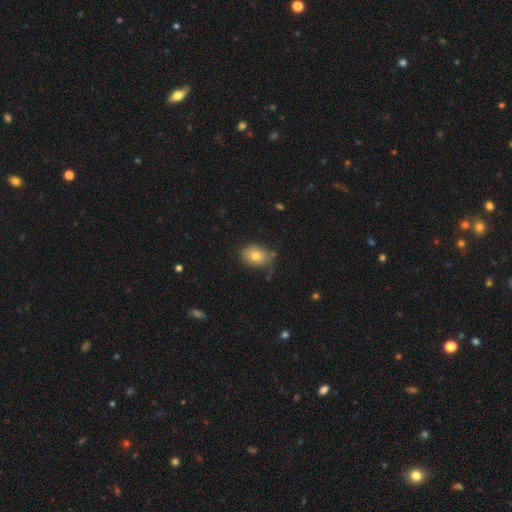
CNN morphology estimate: A smooth galaxy with no disk features (78%) that is in between round and cigar-shaped (77%).

Vote fractions:
- Smooth or featured? smooth: 78% / featured or disk: 13% / star or artifact: 9%
- How rounded? in between: 77% / round: 22% / cigar-shaped: 1%
- Merging? none: 71% / minor disturbance: 23% / major disturbance: 4% / merger: 3%